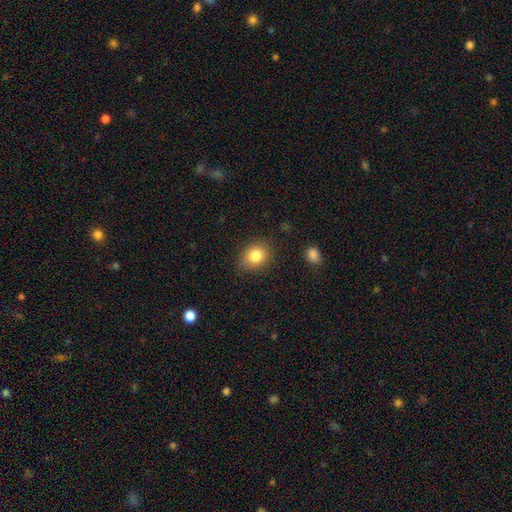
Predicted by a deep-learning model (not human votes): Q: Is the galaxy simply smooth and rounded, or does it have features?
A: smooth — 82%.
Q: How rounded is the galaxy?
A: round — 54%.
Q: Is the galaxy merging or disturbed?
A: none — 81%.